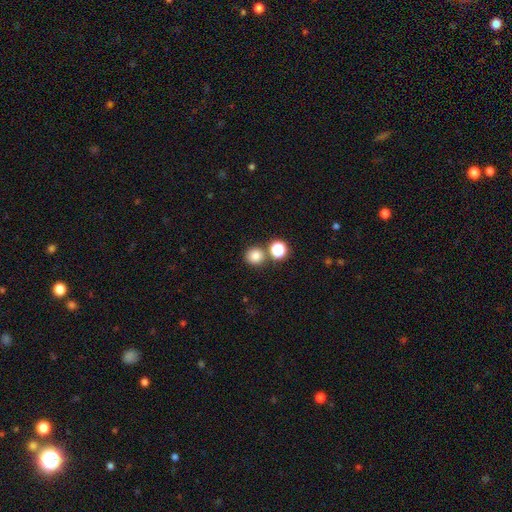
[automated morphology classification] The model was most divided on "merging": none: 75%, merger: 16%, minor disturbance: 7%, major disturbance: 3%. More confident: how rounded — round (91%); smooth or featured — smooth (81%).